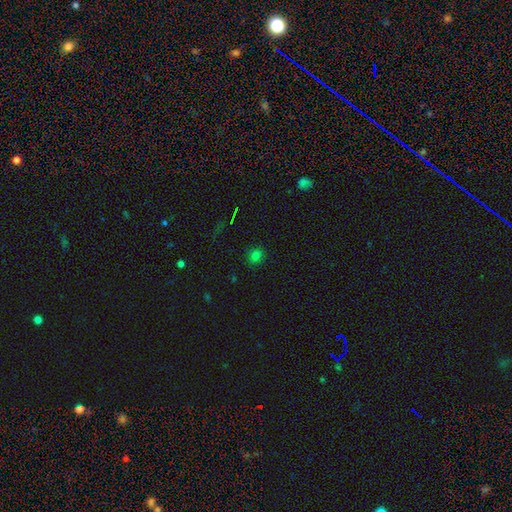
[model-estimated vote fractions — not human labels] Smooth or featured?
  - smooth: 73% *
  - star or artifact: 22%
  - featured or disk: 5%
How rounded?
  - round: 77% *
  - in between: 22%
  - cigar-shaped: 1%
Merging?
  - none: 87% *
  - minor disturbance: 9%
  - major disturbance: 3%
  - merger: 1%